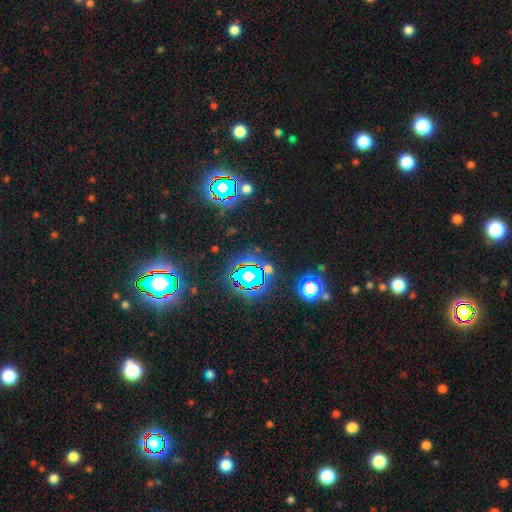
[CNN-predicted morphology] smooth_or_featured: star or artifact (p=0.80) [alt: smooth p=0.13]